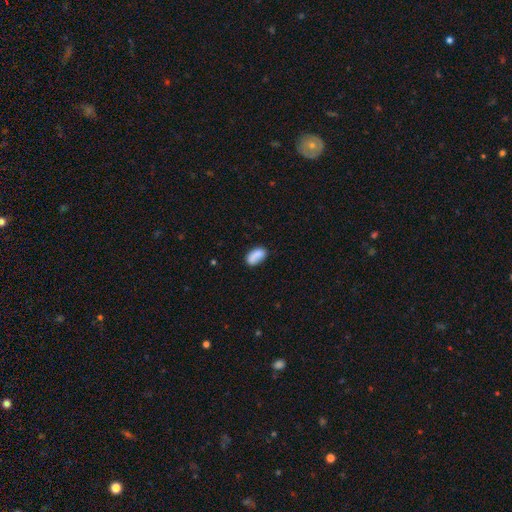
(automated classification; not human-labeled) The model was most divided on "merging": none: 69%, minor disturbance: 21%, merger: 5%, major disturbance: 5%. More confident: how rounded — in between (91%); smooth or featured — smooth (82%).